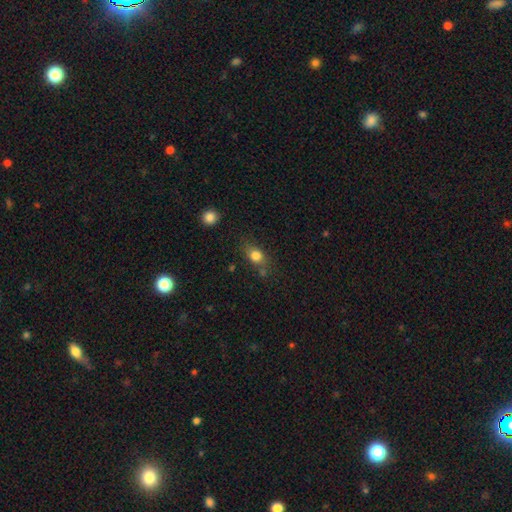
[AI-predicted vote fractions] Morphology: type=smooth (80%); roundness=in between (52%); merging=none (64%).